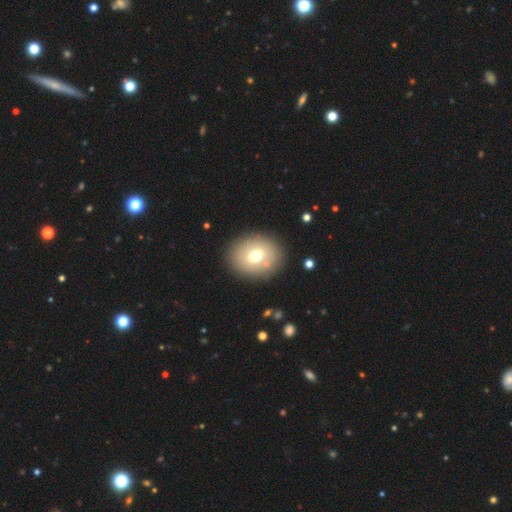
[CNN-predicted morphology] Smooth or featured? Predicted: smooth (p=0.68). How rounded? Predicted: round (p=0.58). Merging? Predicted: none (p=0.85).